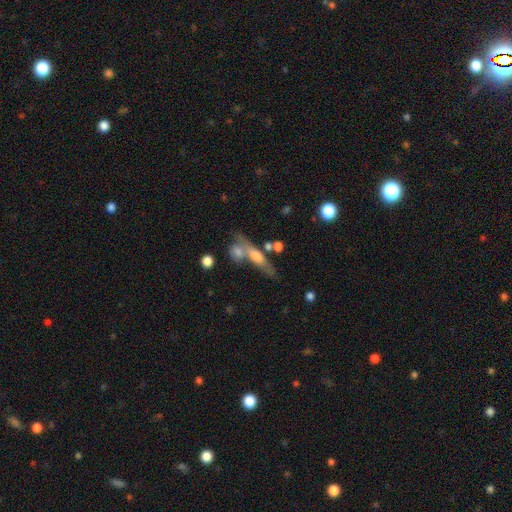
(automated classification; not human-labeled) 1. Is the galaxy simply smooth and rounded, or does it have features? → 46% smooth, 45% featured or disk, 9% star or artifact.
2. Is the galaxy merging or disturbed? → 46% none, 31% merger, 15% minor disturbance, 8% major disturbance.